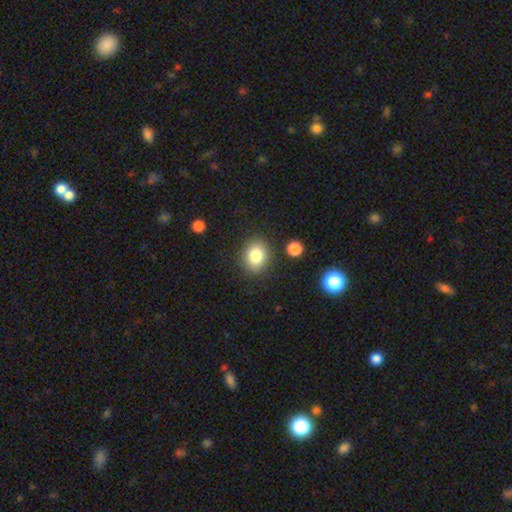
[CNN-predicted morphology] Smooth or featured: smooth — 82% (star or artifact — 10%)
How rounded: round — 56% (in between — 43%)
Merging: none — 85% (minor disturbance — 9%)